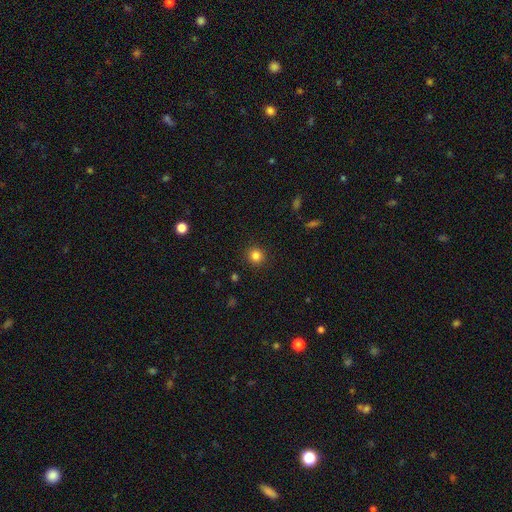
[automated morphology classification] Smooth or featured: smooth — 83% (star or artifact — 12%)
How rounded: round — 93% (in between — 6%)
Merging: none — 92% (minor disturbance — 5%)